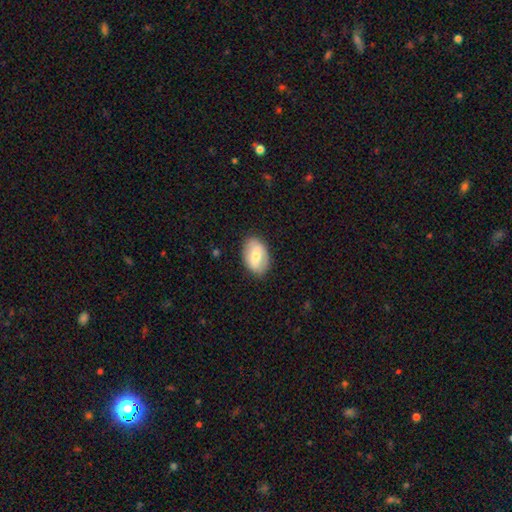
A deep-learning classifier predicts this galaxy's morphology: Q: Smooth or featured?
A: smooth (57%); runner-up: featured or disk (37%)
Q: How rounded?
A: in between (87%); runner-up: round (11%)
Q: Merging?
A: none (84%); runner-up: minor disturbance (12%)